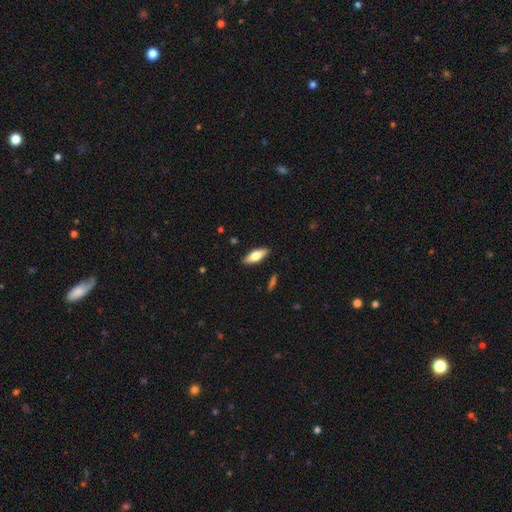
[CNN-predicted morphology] Smooth or featured? Predicted: smooth (p=0.62). How rounded? Predicted: in between (p=0.66). Merging? Predicted: none (p=0.89).